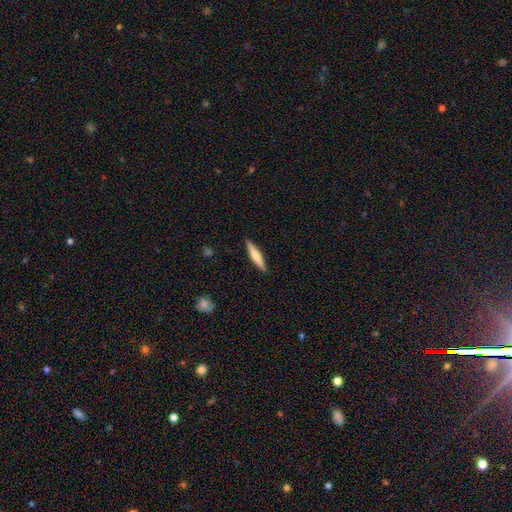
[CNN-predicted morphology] Smooth or featured?
  - smooth: 61% *
  - featured or disk: 34%
  - star or artifact: 5%
How rounded?
  - cigar-shaped: 88% *
  - in between: 10%
  - round: 2%
Merging?
  - none: 90% *
  - minor disturbance: 7%
  - major disturbance: 1%
  - merger: 1%